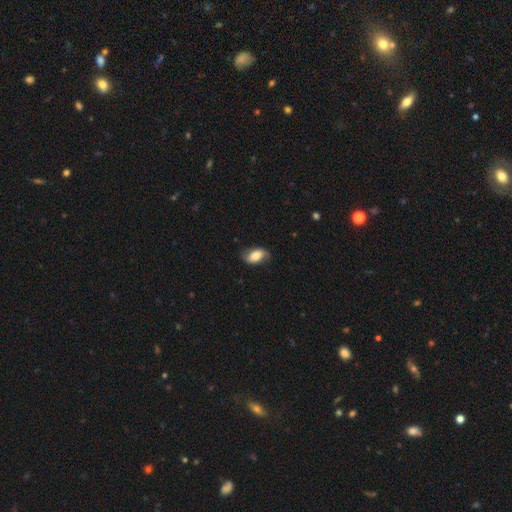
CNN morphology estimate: type=smooth (57%); roundness=in between (90%); merging=none (72%).